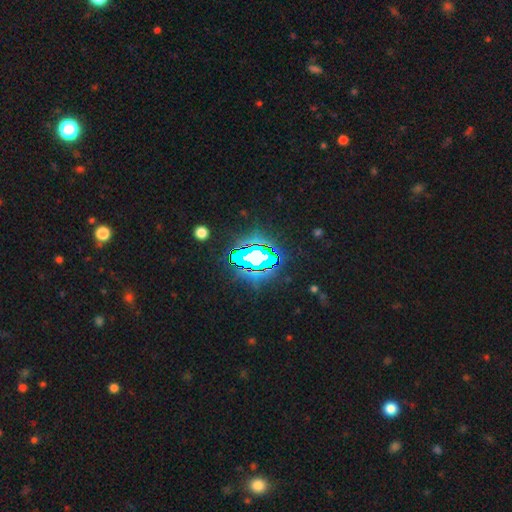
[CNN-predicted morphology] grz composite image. It shows a star or artifact, not a galaxy (73%).